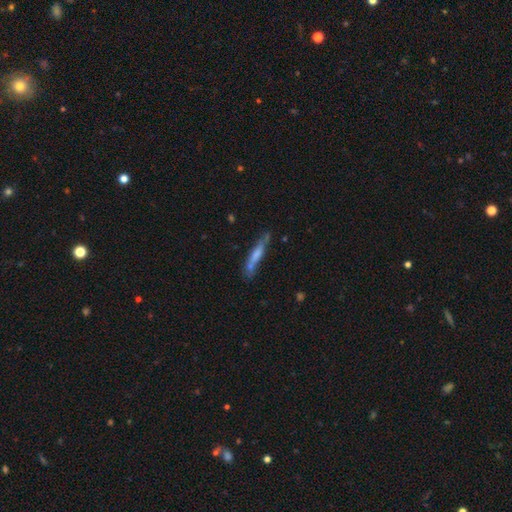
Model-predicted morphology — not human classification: Smooth or featured?
  - smooth: 55% *
  - featured or disk: 38%
  - star or artifact: 7%
How rounded?
  - cigar-shaped: 91% *
  - in between: 8%
  - round: 2%
Merging?
  - none: 64% *
  - minor disturbance: 22%
  - merger: 8%
  - major disturbance: 6%